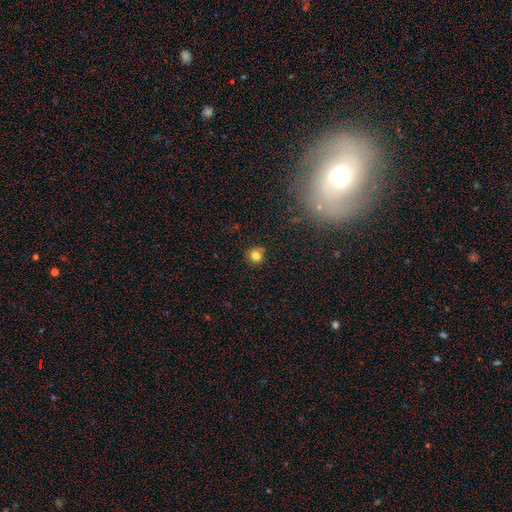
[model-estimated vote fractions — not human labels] Smooth or featured? Predicted: smooth (p=0.79). How rounded? Predicted: round (p=0.89). Merging? Predicted: none (p=0.82).